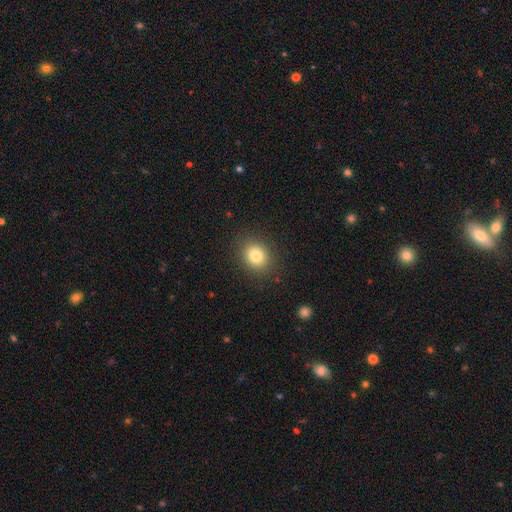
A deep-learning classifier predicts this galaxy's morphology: smooth_or_featured: smooth (p=0.81) [alt: star or artifact p=0.11]
how_rounded: round (p=0.67) [alt: in between p=0.32]
merging: none (p=0.88) [alt: minor disturbance p=0.08]